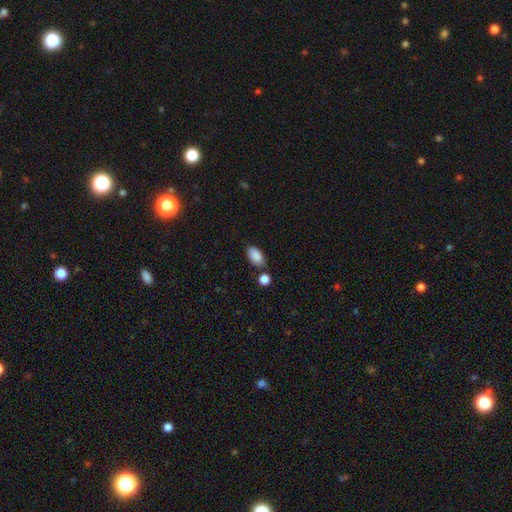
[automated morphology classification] Smooth or featured: smooth — 88% (star or artifact — 7%)
How rounded: in between — 93% (round — 5%)
Merging: none — 71% (minor disturbance — 15%)